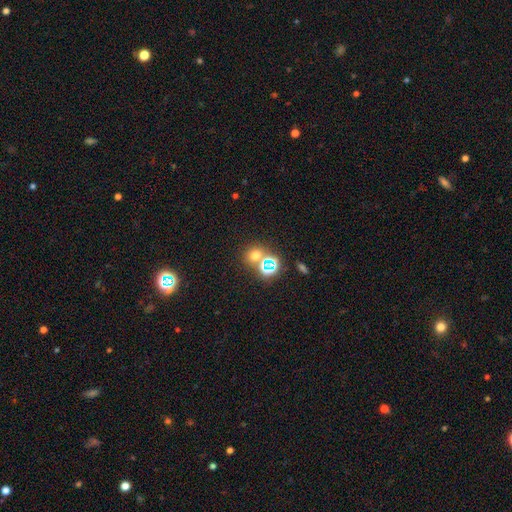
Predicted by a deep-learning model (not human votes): Smooth or featured? smooth (55%)
How rounded? round (81%)
Merging? none (65%)